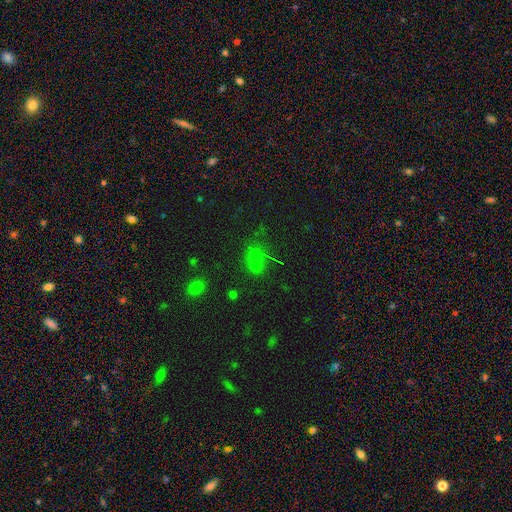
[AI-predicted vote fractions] Smooth or featured? star or artifact (52%)